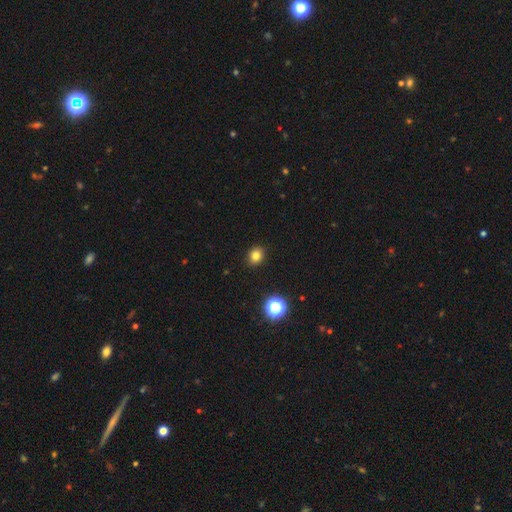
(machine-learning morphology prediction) type=smooth (80%); roundness=round (64%); merging=none (90%).